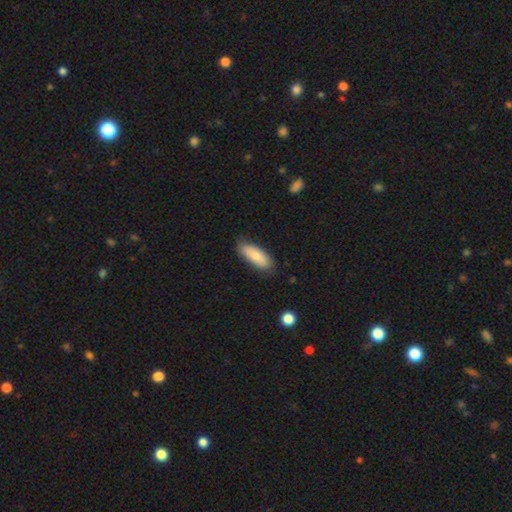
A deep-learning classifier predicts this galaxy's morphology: The model was most divided on "how rounded": in between: 74%, cigar-shaped: 24%, round: 2%. More confident: merging — none (79%); smooth or featured — smooth (76%).